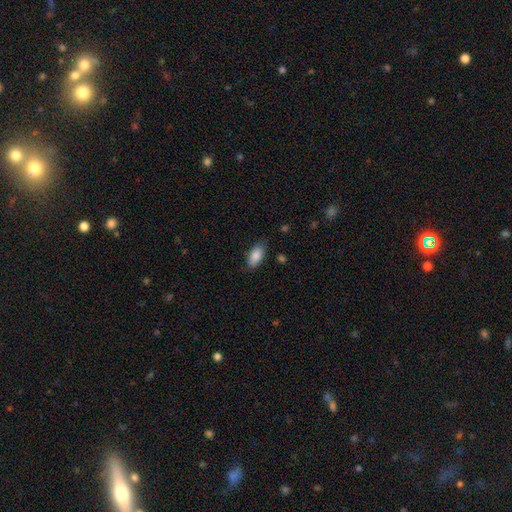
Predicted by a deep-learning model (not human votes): The model was most divided on "merging": none: 81%, minor disturbance: 14%, major disturbance: 3%, merger: 1%. More confident: how rounded — in between (90%); smooth or featured — smooth (87%).